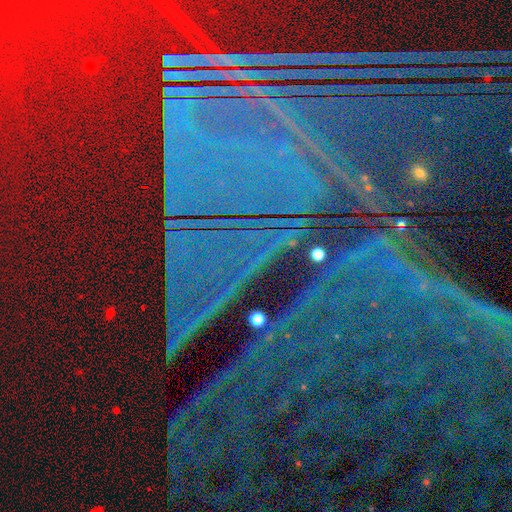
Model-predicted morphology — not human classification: smooth_or_featured: star or artifact (p=0.89) [alt: featured or disk p=0.06]